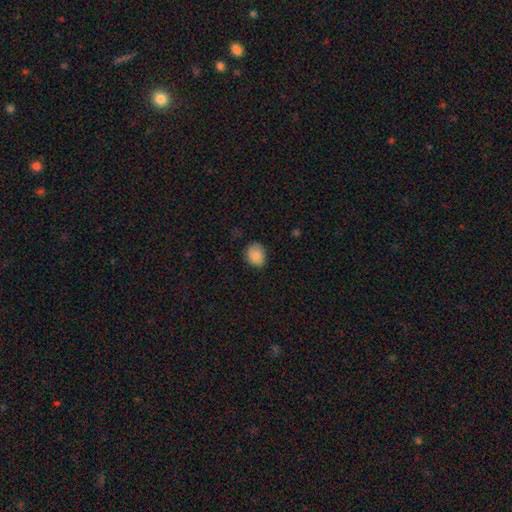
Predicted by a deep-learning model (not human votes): The model was most divided on "how rounded": in between: 54%, round: 45%, cigar-shaped: 1%. More confident: smooth or featured — smooth (87%); merging — none (76%).